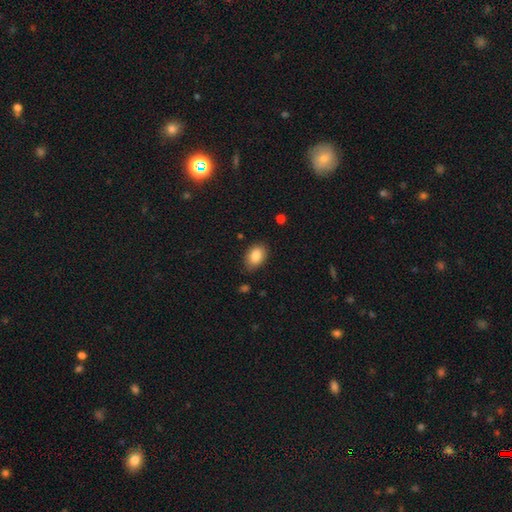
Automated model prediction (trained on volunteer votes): The model was most divided on "merging": none: 82%, minor disturbance: 14%, major disturbance: 3%, merger: 1%. More confident: smooth or featured — smooth (86%); how rounded — in between (86%).